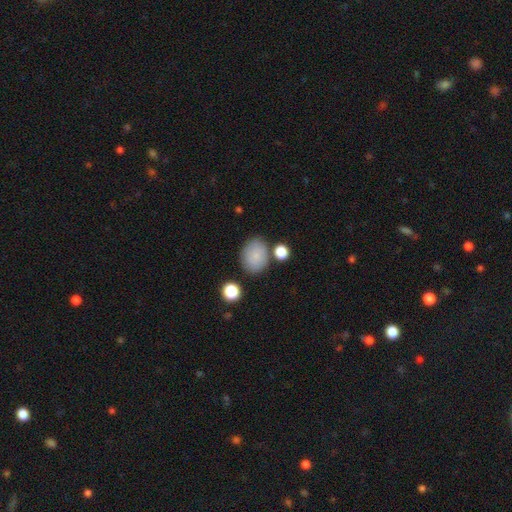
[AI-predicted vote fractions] Q: Smooth or featured?
A: smooth (82%); runner-up: featured or disk (9%)
Q: How rounded?
A: in between (51%); runner-up: round (48%)
Q: Merging?
A: none (75%); runner-up: minor disturbance (14%)